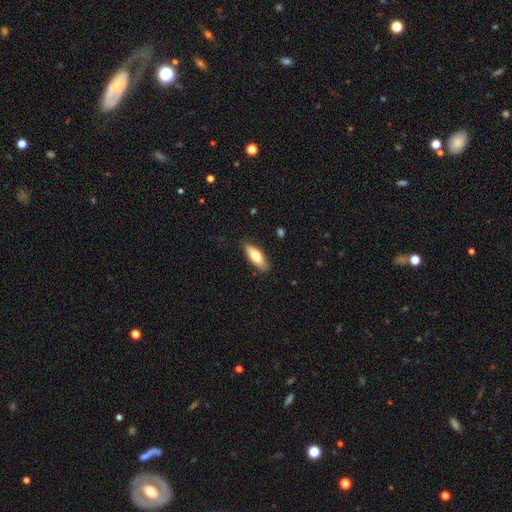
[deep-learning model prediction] smooth 72%, featured or disk 23%, star or artifact 6%. Down the decision tree: how rounded — in between (69%); merging — none (87%).